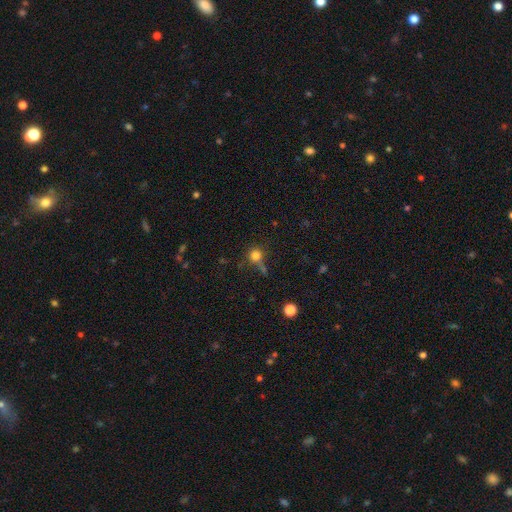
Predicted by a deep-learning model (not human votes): Smooth or featured? Predicted: smooth (p=0.77). How rounded? Predicted: round (p=0.90). Merging? Predicted: none (p=0.62).